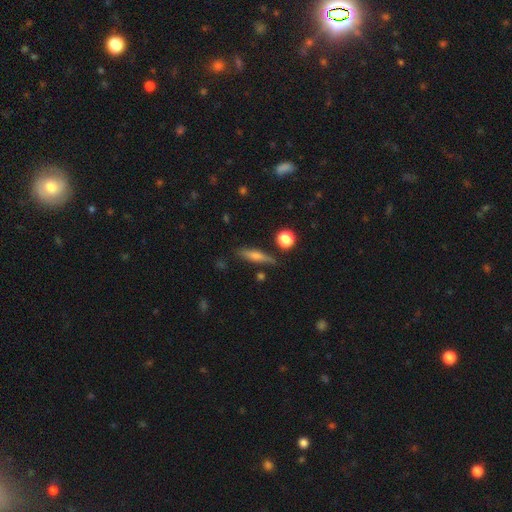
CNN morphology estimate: Overall: smooth (50%; featured or disk 41%). Merging: none (82%).